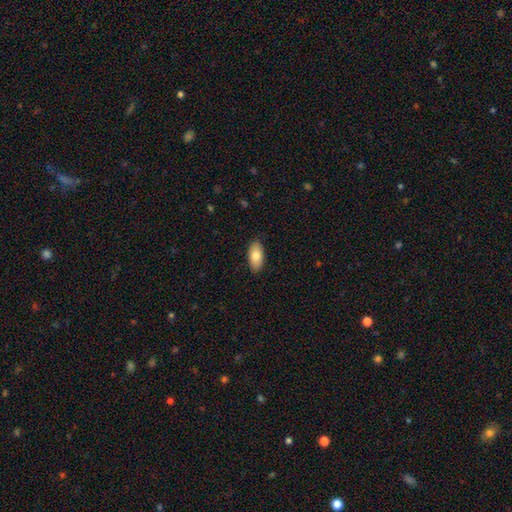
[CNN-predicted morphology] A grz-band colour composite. It shows a smooth galaxy with no disk features (80%) that is in between round and cigar-shaped (92%). Merging: none (88%).